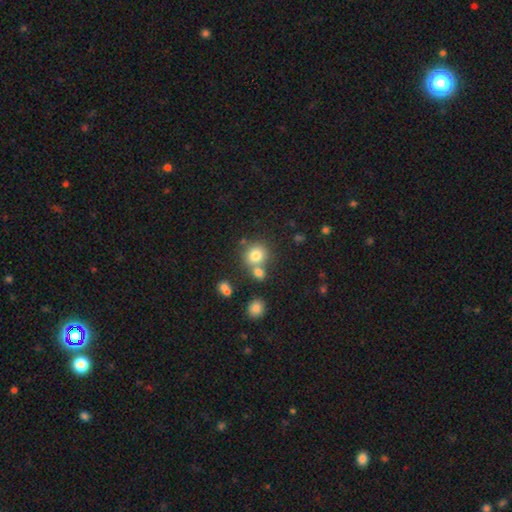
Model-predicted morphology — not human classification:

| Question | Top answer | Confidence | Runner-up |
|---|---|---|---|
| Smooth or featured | smooth | 78% | star or artifact (13%) |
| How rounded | round | 84% | in between (15%) |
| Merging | none | 57% | merger (31%) |